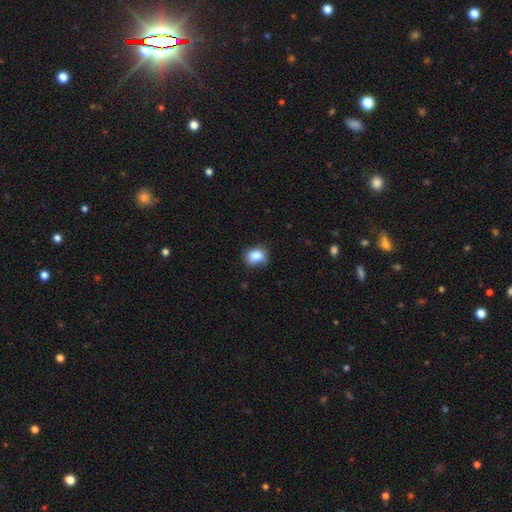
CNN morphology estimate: The model was most divided on "how rounded": in between: 54%, round: 45%, cigar-shaped: 1%. More confident: smooth or featured — smooth (84%); merging — none (62%).